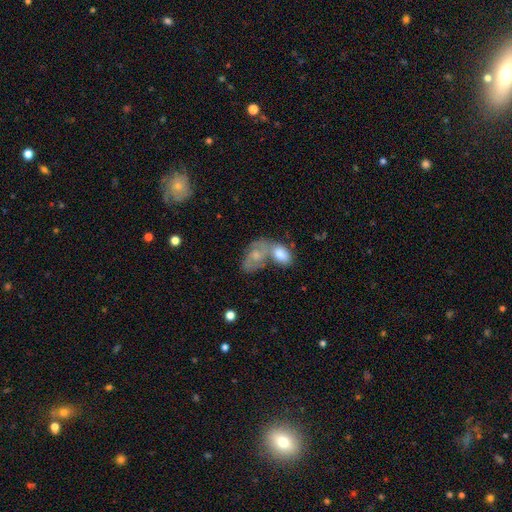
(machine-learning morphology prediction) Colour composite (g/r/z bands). It shows a smooth galaxy with no disk features (48%). Merging: merger (54%).